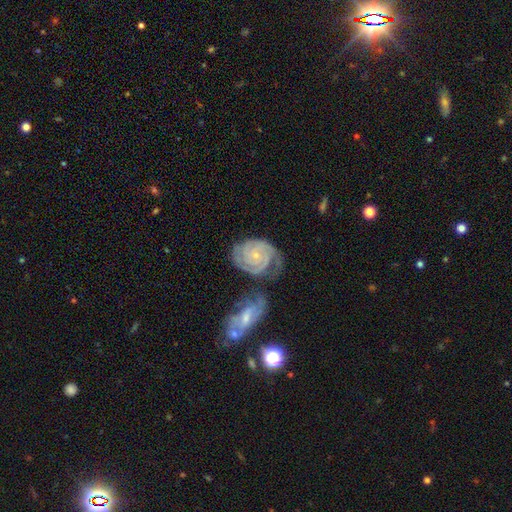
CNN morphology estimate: A featured or disk galaxy (87%) with no bar (72%), 2 (36%) tight (77%) spiral arms (98%) and a small central bulge (80%). Merging: none (50%).